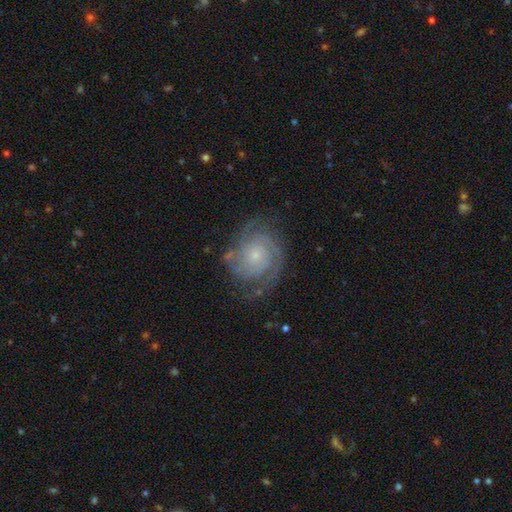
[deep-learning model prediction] Smooth or featured? featured or disk (87%)
Edge-on disk? no (98%)
Bar? no (78%)
Spiral arms? yes (97%)
Spiral winding? tight (70%)
Spiral arm count? 2 (41%)
Bulge size? small (76%)
Merging? none (73%)